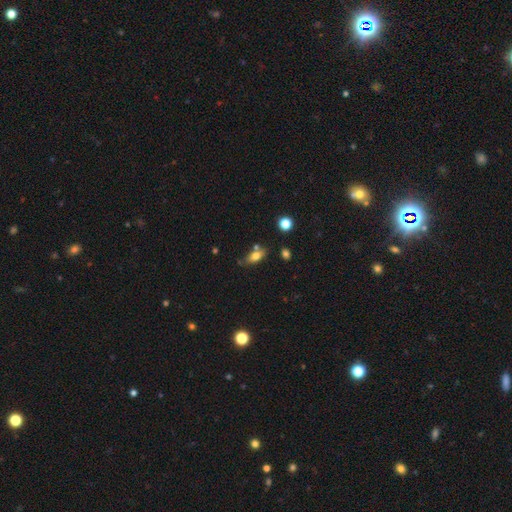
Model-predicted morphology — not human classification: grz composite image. It shows a smooth galaxy with no disk features (73%) that is in between round and cigar-shaped (82%). Merging: none (67%).